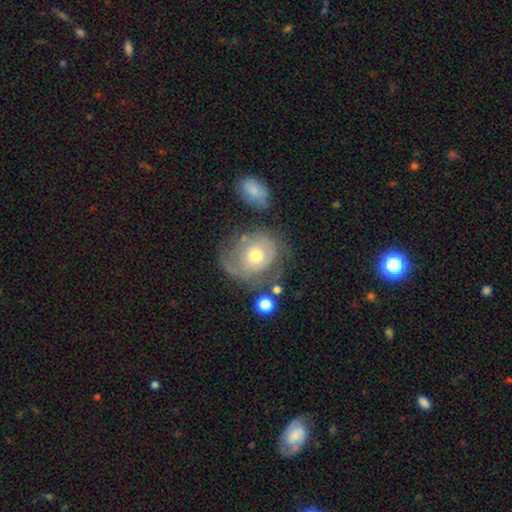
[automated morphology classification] Smooth or featured? Predicted: featured or disk (p=0.51). Edge-on disk? Predicted: no (p=0.96). Merging? Predicted: none (p=0.41).